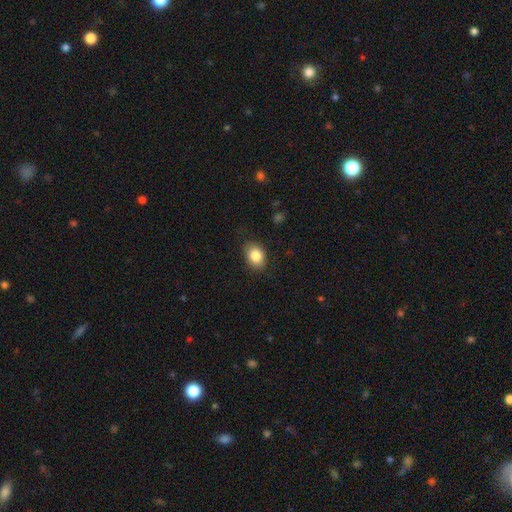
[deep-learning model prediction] This appears to be a smooth galaxy with no disk features (86%) that is in between round and cigar-shaped (73%). Merging: none (82%).